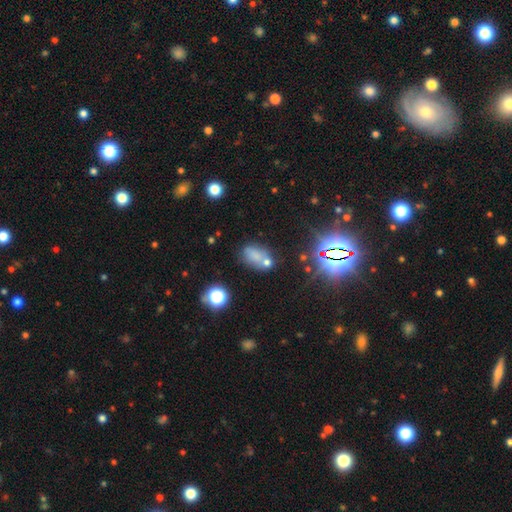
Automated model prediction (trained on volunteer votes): A smooth galaxy with no disk features (62%) that is in between round and cigar-shaped (83%). Merging: none (47%).